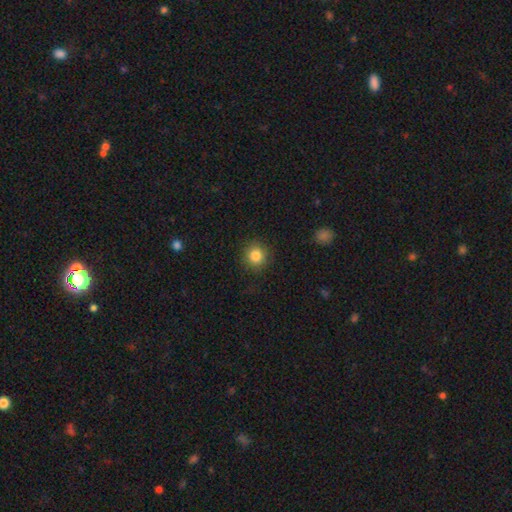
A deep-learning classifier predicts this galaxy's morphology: smooth-or-featured: smooth: 84% | star or artifact: 11% | featured or disk: 5%
  how-rounded: round: 92% | in between: 7% | cigar-shaped: 1%
  merging: none: 90% | minor disturbance: 7% | major disturbance: 2% | merger: 1%